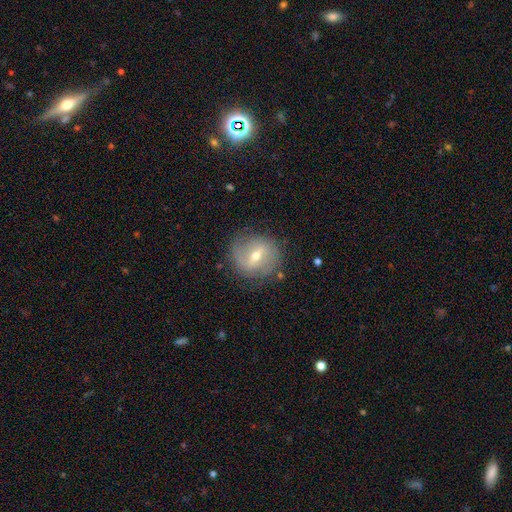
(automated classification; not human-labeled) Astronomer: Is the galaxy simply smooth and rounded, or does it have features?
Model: featured or disk — 64%.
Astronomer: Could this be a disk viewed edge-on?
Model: no — 95%.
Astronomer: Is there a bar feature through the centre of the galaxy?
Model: weak — 51% (runner-up: strong, 33%).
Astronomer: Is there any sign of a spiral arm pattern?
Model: yes — 71%.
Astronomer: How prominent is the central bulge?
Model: moderate — 58% (runner-up: small, 38%).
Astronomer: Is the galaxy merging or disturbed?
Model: none — 77%.